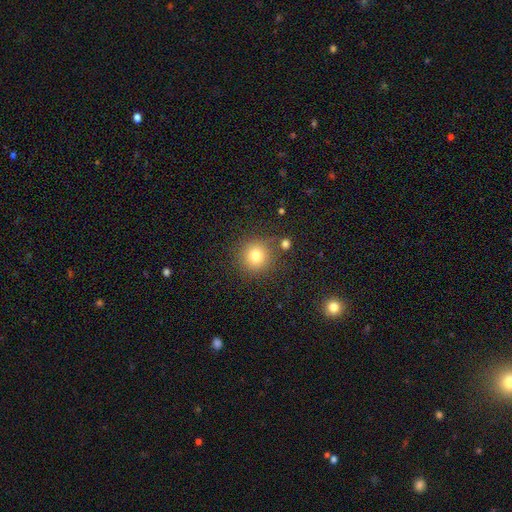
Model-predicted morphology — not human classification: Smooth or featured: smooth — 79% (star or artifact — 13%)
How rounded: round — 94% (in between — 6%)
Merging: none — 81% (minor disturbance — 10%)